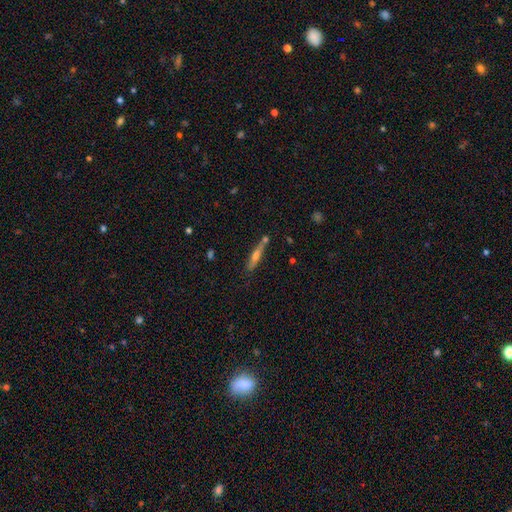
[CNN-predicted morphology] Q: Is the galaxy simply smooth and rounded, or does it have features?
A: featured or disk — 58%.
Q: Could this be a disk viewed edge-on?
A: yes — 93%.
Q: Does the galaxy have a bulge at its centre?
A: rounded — 85%.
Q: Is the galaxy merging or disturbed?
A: none — 74%.